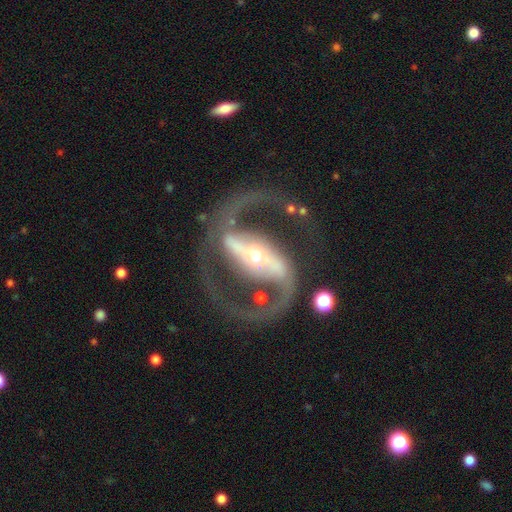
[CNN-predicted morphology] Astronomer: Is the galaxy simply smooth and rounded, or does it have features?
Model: featured or disk — 92%.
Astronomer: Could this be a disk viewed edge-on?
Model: no — 96%.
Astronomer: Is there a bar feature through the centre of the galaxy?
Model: strong — 74%.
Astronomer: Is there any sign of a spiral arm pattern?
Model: yes — 94%.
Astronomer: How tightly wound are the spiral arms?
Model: medium — 60%.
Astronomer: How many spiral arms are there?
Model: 2 — 93%.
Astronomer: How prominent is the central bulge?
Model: moderate — 47% (runner-up: small, 46%).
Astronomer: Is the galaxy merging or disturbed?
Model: none — 75%.